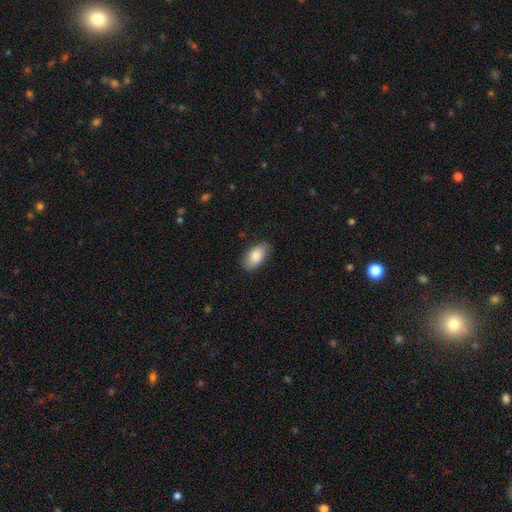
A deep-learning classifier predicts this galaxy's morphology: smooth_or_featured: smooth (p=0.80) [alt: featured or disk p=0.13]
how_rounded: in between (p=0.94) [alt: round p=0.04]
merging: none (p=0.83) [alt: minor disturbance p=0.13]